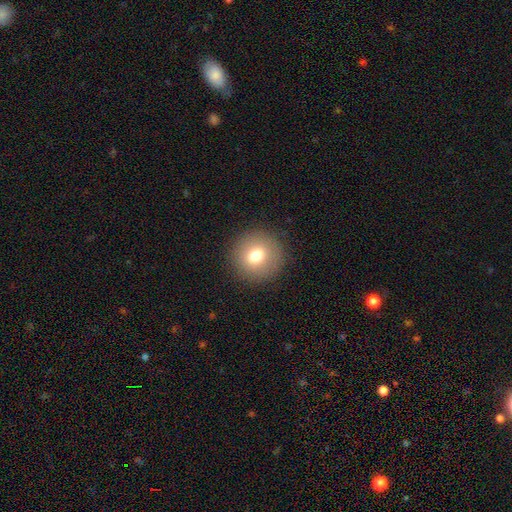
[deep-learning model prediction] smooth-or-featured: smooth: 75% | featured or disk: 14% | star or artifact: 11%
  how-rounded: round: 94% | in between: 5% | cigar-shaped: 1%
  merging: none: 90% | minor disturbance: 6% | major disturbance: 3% | merger: 1%